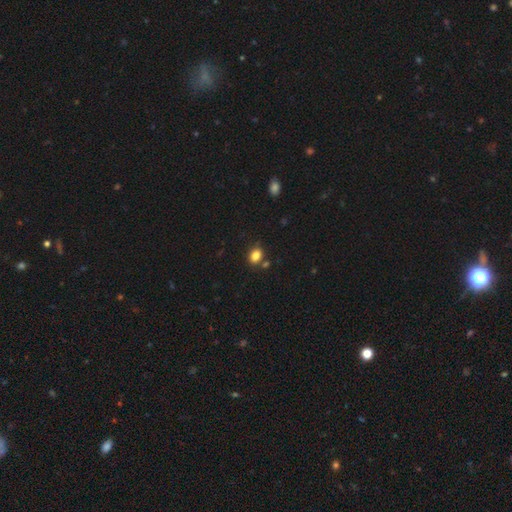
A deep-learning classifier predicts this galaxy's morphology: Smooth or featured? Predicted: smooth (p=0.84). How rounded? Predicted: in between (p=0.69). Merging? Predicted: none (p=0.75).